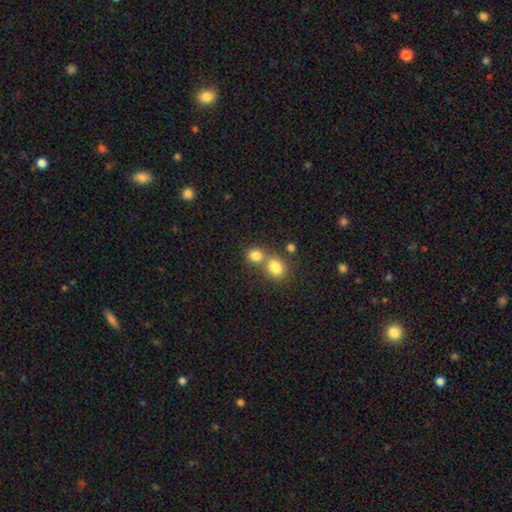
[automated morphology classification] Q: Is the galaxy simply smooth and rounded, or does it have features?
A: smooth — 81%.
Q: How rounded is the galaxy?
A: round — 75%.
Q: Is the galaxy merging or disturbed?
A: none — 46%.